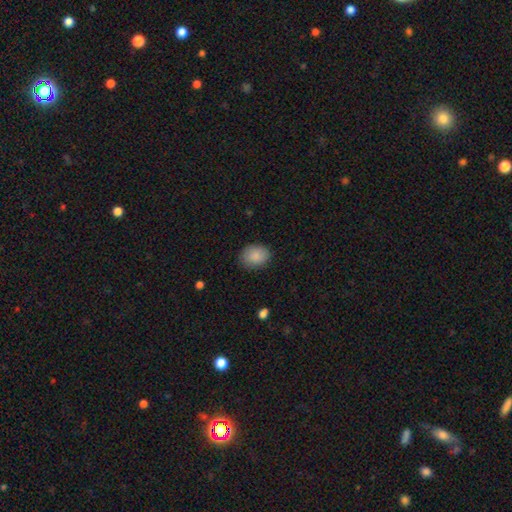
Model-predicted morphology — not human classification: smooth_or_featured: smooth (p=0.88) [alt: star or artifact p=0.07]
how_rounded: in between (p=0.65) [alt: round p=0.34]
merging: none (p=0.84) [alt: minor disturbance p=0.12]